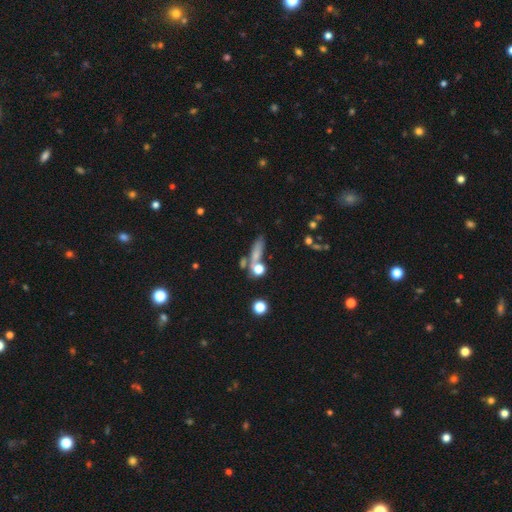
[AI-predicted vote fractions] This is likely a smooth galaxy (64%). How rounded: possibly cigar-shaped (51%). Merging: possibly none (56%).